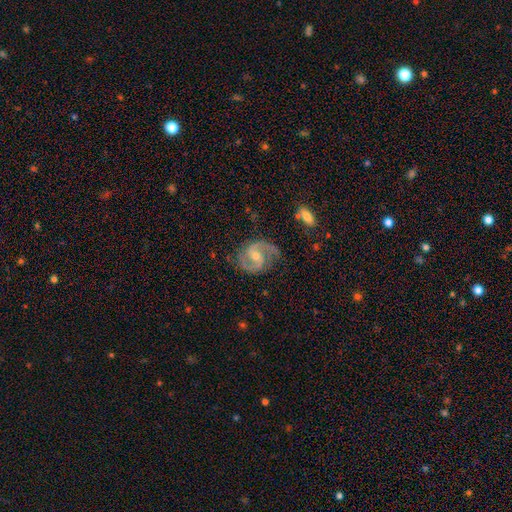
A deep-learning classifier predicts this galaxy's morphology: Overall: featured or disk (92%). Edge-on disk: no (98%). Bar: weak (48%; no 37%). Spiral arms: yes (98%). Spiral arm count: 2 (93%). Spiral winding: medium (62%; tight 23%). Bulge size: small (48%; moderate 47%). Merging: none (80%).